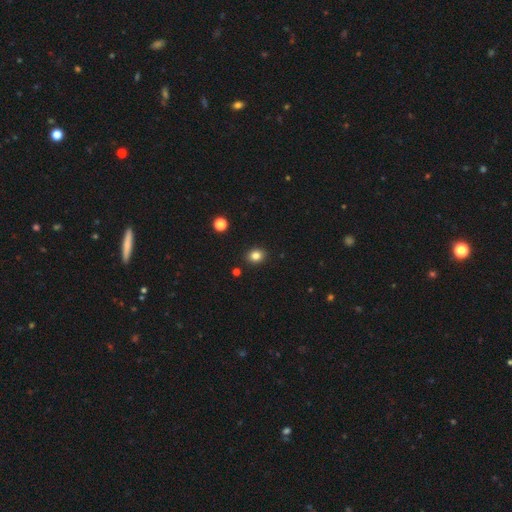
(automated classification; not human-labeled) Morphology: type=smooth (83%); roundness=round (59%); merging=none (89%).